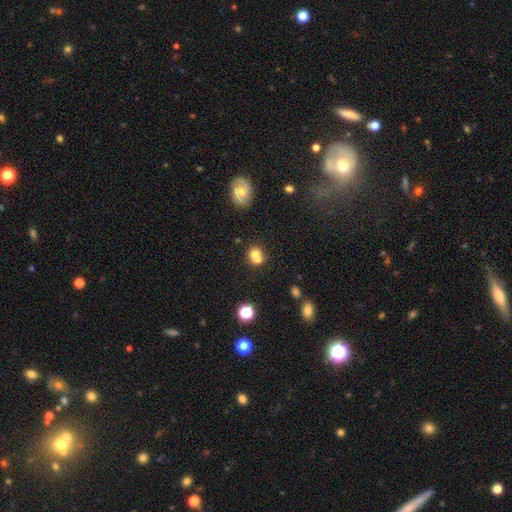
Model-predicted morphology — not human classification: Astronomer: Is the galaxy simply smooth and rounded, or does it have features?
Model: smooth — 72%.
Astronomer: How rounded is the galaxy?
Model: round — 76%.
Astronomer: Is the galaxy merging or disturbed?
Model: merger — 50% (runner-up: none, 38%).